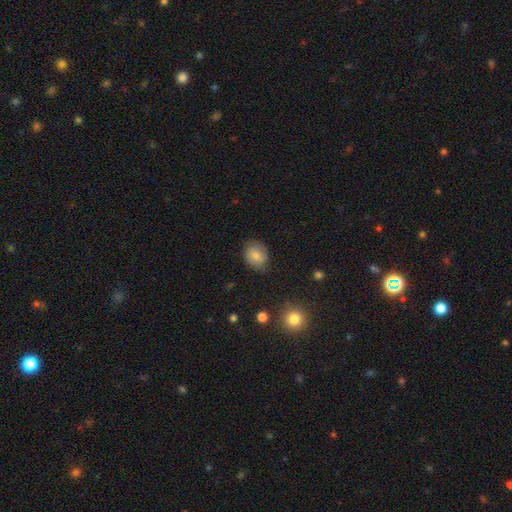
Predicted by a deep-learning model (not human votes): smooth-or-featured: smooth: 76% | featured or disk: 14% | star or artifact: 10%
  how-rounded: round: 55% | in between: 44% | cigar-shaped: 1%
  merging: none: 79% | minor disturbance: 16% | major disturbance: 4% | merger: 1%